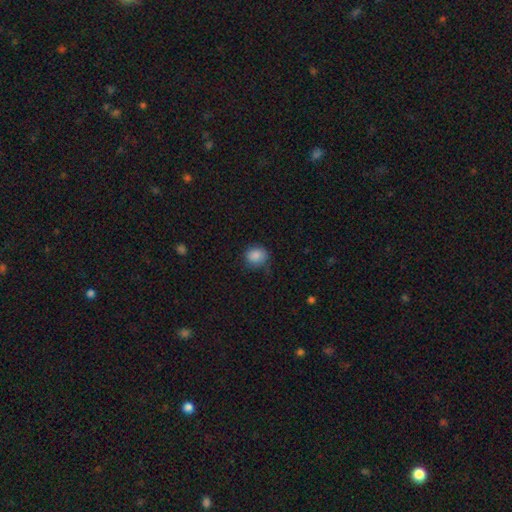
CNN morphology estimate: A smooth galaxy with no disk features (87%) that is round (72%). Merging: none (73%).